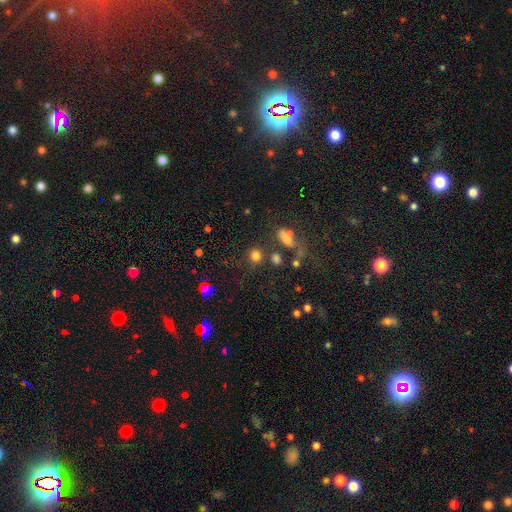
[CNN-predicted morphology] This is likely a smooth galaxy (77%). How rounded: clearly round (81%). Merging: likely none (71%).